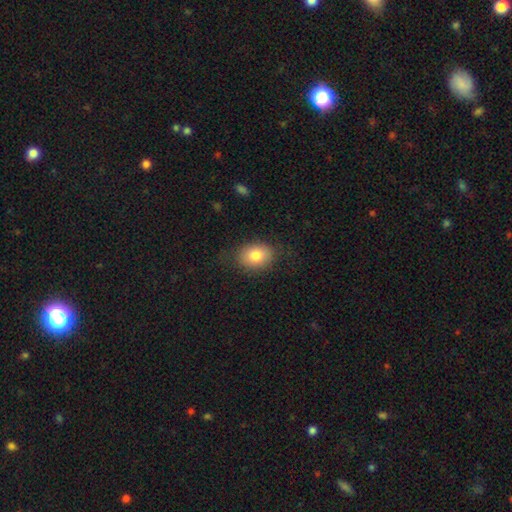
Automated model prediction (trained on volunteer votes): This is clearly a smooth galaxy (81%). How rounded: likely in between (66%). Merging: likely none (79%).